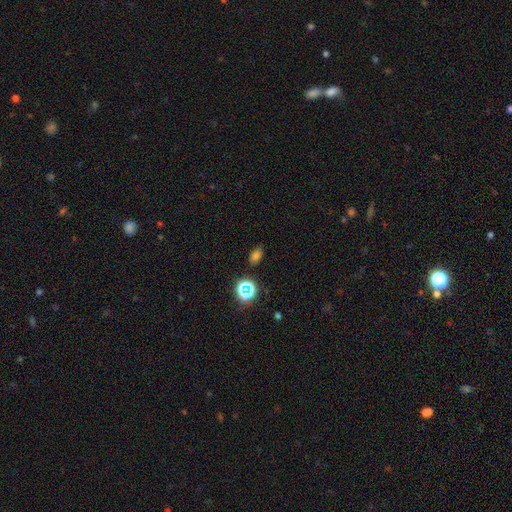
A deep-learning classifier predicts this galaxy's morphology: smooth_or_featured: smooth (p=0.69) [alt: star or artifact p=0.25]
how_rounded: in between (p=0.79) [alt: round p=0.19]
merging: none (p=0.84) [alt: minor disturbance p=0.11]